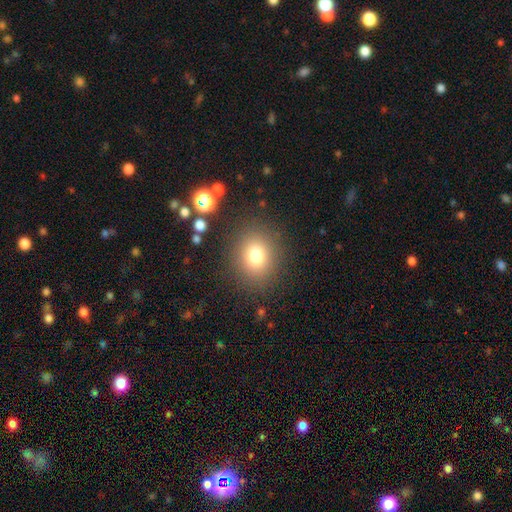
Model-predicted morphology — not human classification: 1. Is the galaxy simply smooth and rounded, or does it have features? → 77% smooth, 14% star or artifact, 9% featured or disk.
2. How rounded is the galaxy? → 70% round, 29% in between, 1% cigar-shaped.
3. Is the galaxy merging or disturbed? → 85% none, 9% minor disturbance, 5% major disturbance, 2% merger.